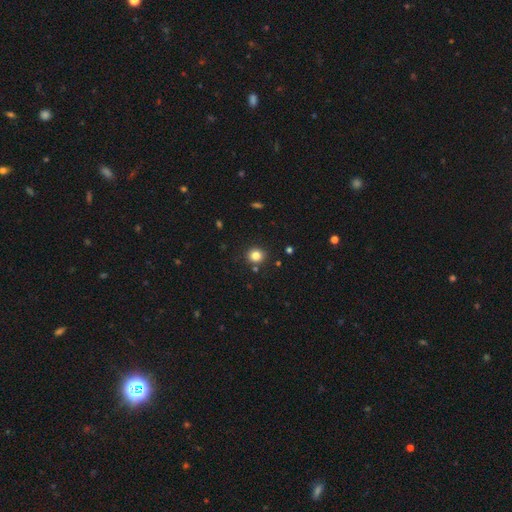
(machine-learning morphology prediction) Smooth or featured? Predicted: smooth (p=0.82). How rounded? Predicted: round (p=0.86). Merging? Predicted: none (p=0.88).